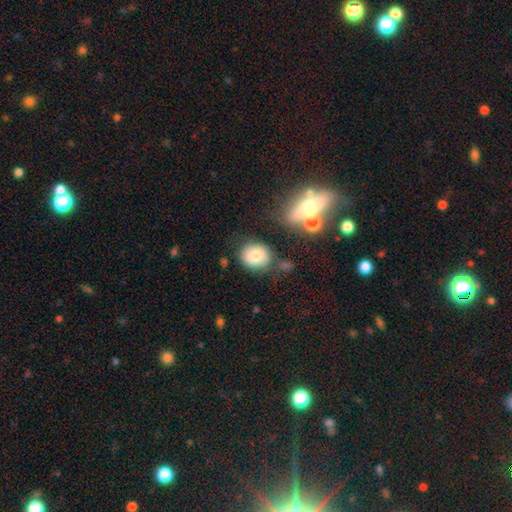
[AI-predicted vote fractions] smooth_or_featured: smooth (p=0.77) [alt: featured or disk p=0.14]
how_rounded: round (p=0.72) [alt: in between p=0.26]
merging: none (p=0.72) [alt: minor disturbance p=0.15]